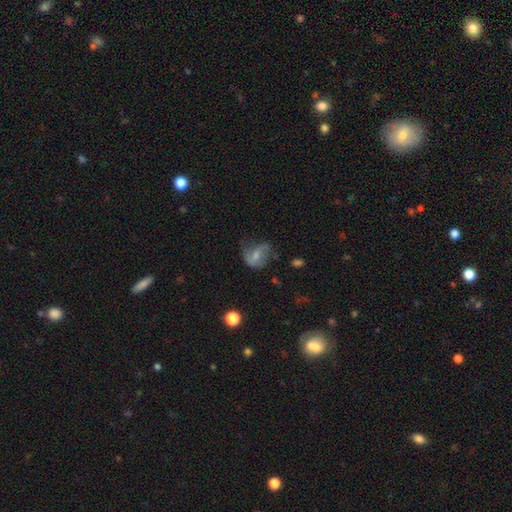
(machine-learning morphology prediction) A featured or disk galaxy (47%).

Vote fractions:
- Smooth or featured? featured or disk: 47% / smooth: 43% / star or artifact: 10%
- Merging? none: 41% / minor disturbance: 32% / major disturbance: 25% / merger: 3%